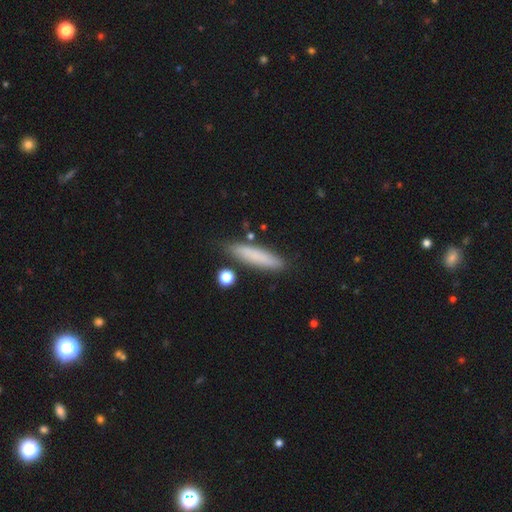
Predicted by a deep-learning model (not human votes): Morphology: type=smooth (77%); roundness=cigar-shaped (83%); merging=none (82%).